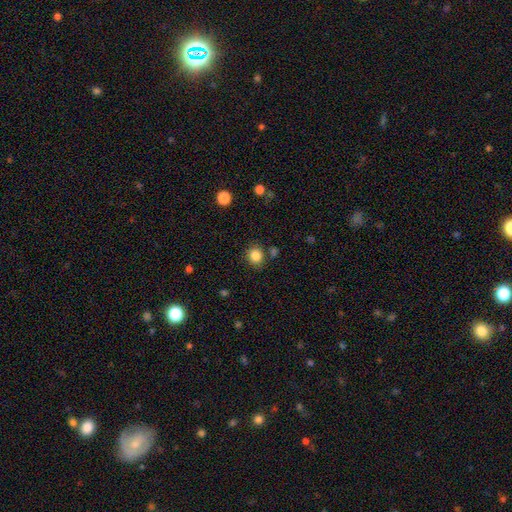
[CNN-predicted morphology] type=smooth (85%); roundness=round (80%); merging=none (81%).